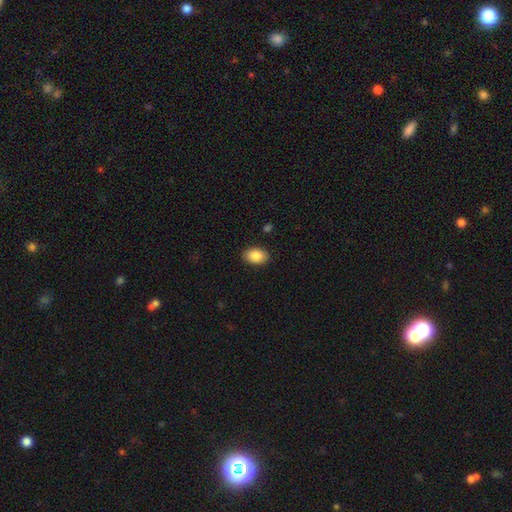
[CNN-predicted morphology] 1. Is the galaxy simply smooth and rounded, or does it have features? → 87% smooth, 7% star or artifact, 6% featured or disk.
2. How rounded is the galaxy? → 88% in between, 11% round, 1% cigar-shaped.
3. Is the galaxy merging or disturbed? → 89% none, 8% minor disturbance, 2% major disturbance, 1% merger.